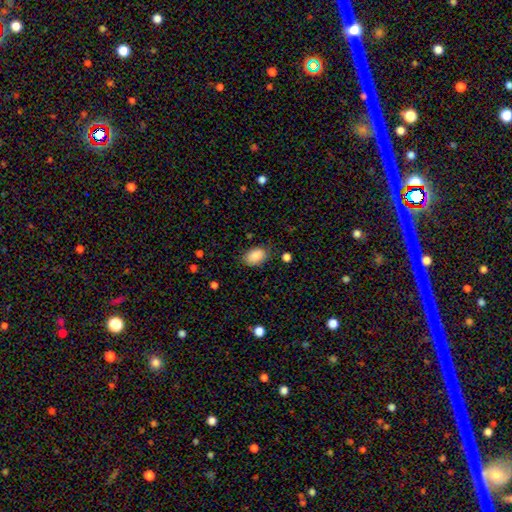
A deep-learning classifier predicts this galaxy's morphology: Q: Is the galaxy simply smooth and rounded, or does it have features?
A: smooth — 88%.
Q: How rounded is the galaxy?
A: in between — 86%.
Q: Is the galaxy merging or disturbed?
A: none — 79%.